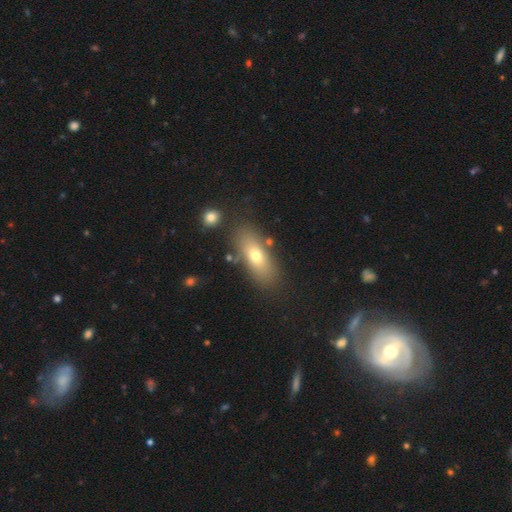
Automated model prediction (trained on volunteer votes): This is likely a smooth galaxy (66%). How rounded: likely in between (68%). Merging: clearly none (80%).